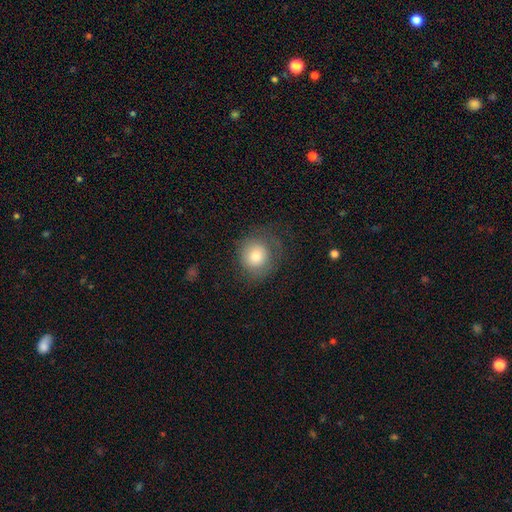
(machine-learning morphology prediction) smooth-or-featured: smooth: 74% | featured or disk: 16% | star or artifact: 10%
  how-rounded: round: 84% | in between: 15% | cigar-shaped: 1%
  merging: none: 67% | minor disturbance: 19% | major disturbance: 13% | merger: 1%